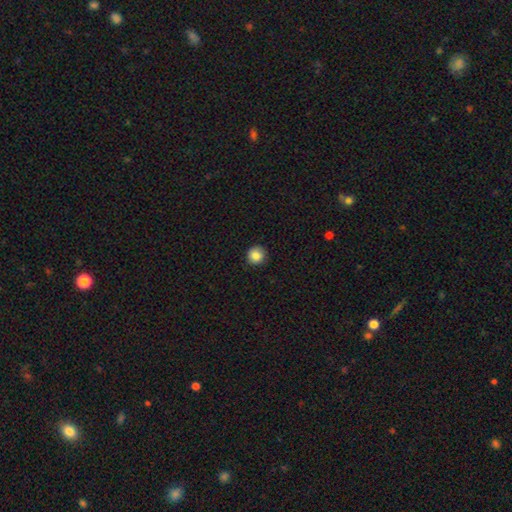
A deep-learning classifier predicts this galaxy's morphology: Overall: smooth (85%). How rounded: round (94%). Merging: none (91%).